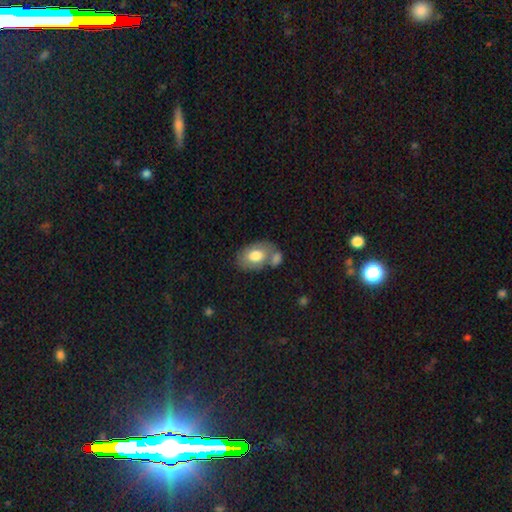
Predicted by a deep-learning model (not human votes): The model was most divided on "merging": none: 47%, merger: 30%, minor disturbance: 17%, major disturbance: 6%. More confident: how rounded — in between (85%); smooth or featured — smooth (71%).